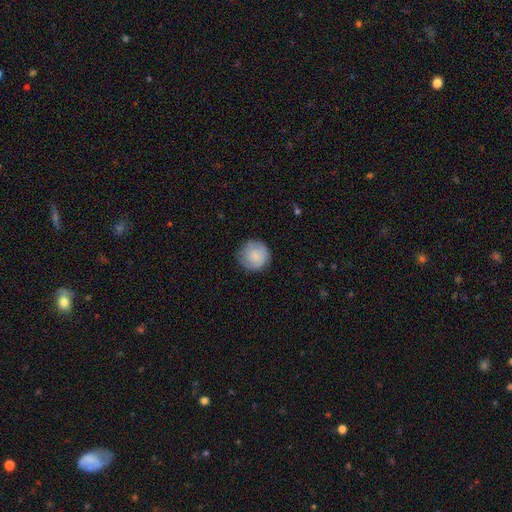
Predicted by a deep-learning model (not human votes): Smooth or featured? smooth (80%)
How rounded? round (94%)
Merging? none (81%)